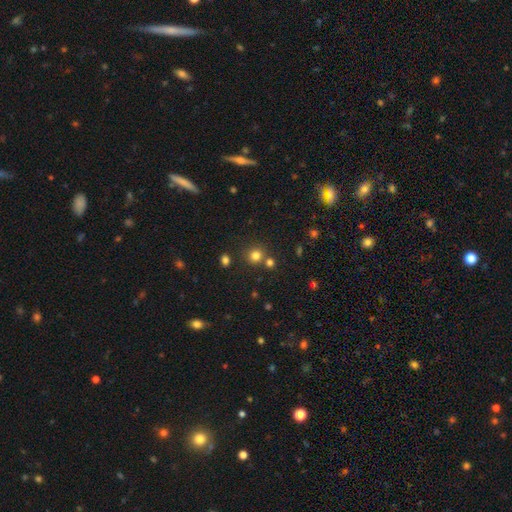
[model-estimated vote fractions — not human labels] Q: Smooth or featured?
A: smooth (78%); runner-up: star or artifact (16%)
Q: How rounded?
A: round (89%); runner-up: in between (10%)
Q: Merging?
A: none (76%); runner-up: merger (14%)